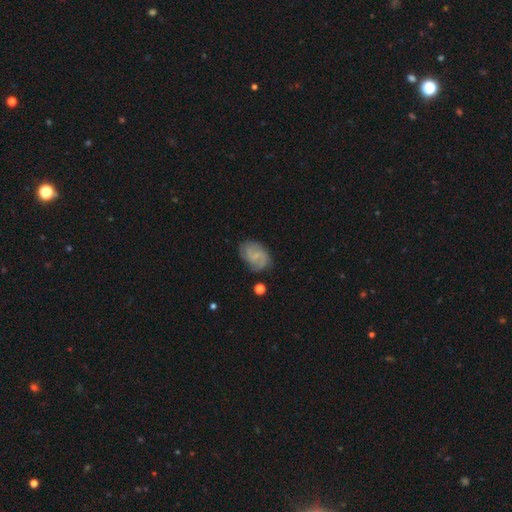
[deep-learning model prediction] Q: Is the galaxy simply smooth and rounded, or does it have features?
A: featured or disk — 66%.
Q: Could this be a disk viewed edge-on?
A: no — 98%.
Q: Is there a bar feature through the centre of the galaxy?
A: weak — 50%.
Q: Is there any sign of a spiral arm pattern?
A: yes — 91%.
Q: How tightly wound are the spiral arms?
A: medium — 46%.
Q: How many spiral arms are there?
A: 2 — 61%.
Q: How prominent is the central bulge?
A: small — 60%.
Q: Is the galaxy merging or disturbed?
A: none — 73%.